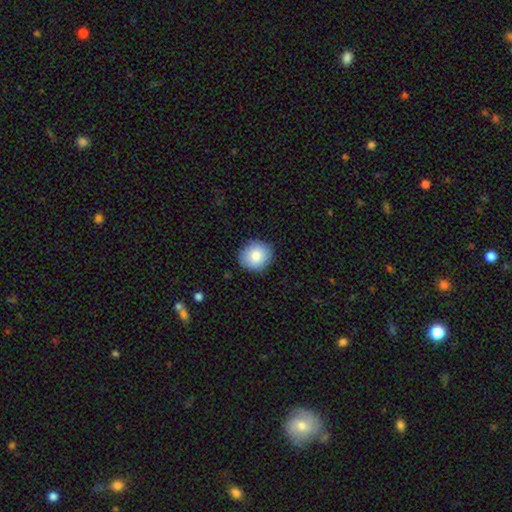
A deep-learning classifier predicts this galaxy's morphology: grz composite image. It shows a smooth galaxy with no disk features (81%) that is round (79%). Merging: none (87%).